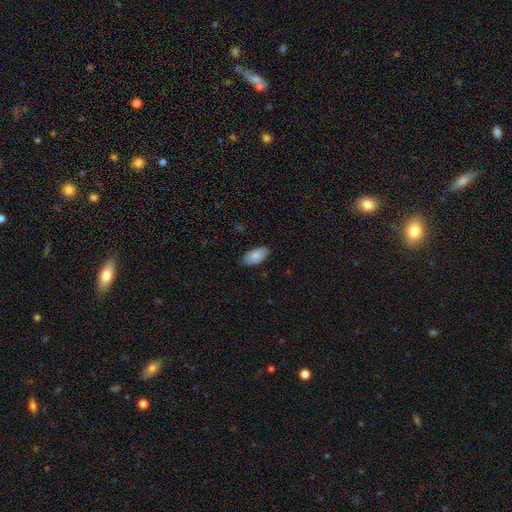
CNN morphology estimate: A smooth galaxy with no disk features (87%) that is in between round and cigar-shaped (95%).

Vote fractions:
- Smooth or featured? smooth: 87% / featured or disk: 7% / star or artifact: 6%
- How rounded? in between: 95% / cigar-shaped: 3% / round: 2%
- Merging? none: 84% / minor disturbance: 13% / major disturbance: 2% / merger: 1%